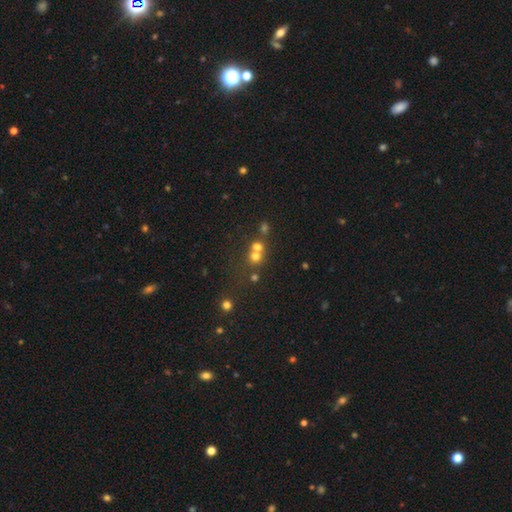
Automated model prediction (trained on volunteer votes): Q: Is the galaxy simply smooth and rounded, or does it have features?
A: smooth — 66%.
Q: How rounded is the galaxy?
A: round — 83%.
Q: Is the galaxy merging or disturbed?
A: merger — 52%.